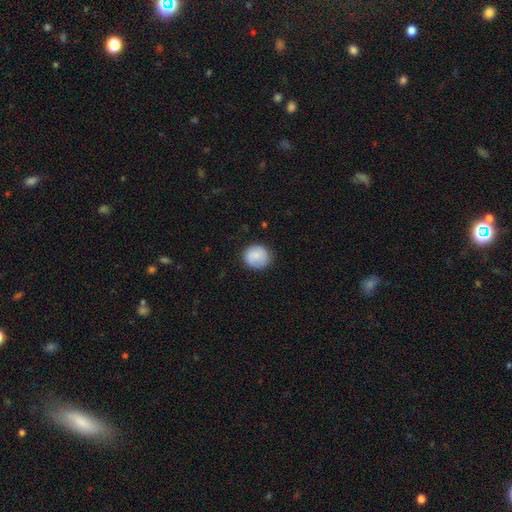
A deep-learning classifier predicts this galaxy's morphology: smooth-or-featured: smooth: 83% | featured or disk: 10% | star or artifact: 7%
  how-rounded: round: 85% | in between: 14% | cigar-shaped: 1%
  merging: none: 81% | minor disturbance: 15% | major disturbance: 3% | merger: 1%